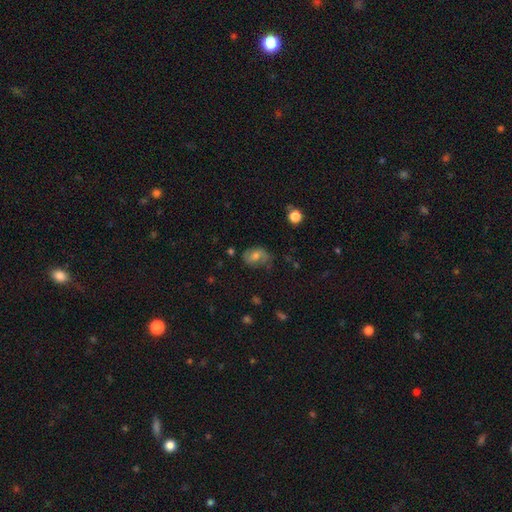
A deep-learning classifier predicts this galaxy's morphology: Smooth or featured? Predicted: smooth (p=0.49). Merging? Predicted: none (p=0.56).